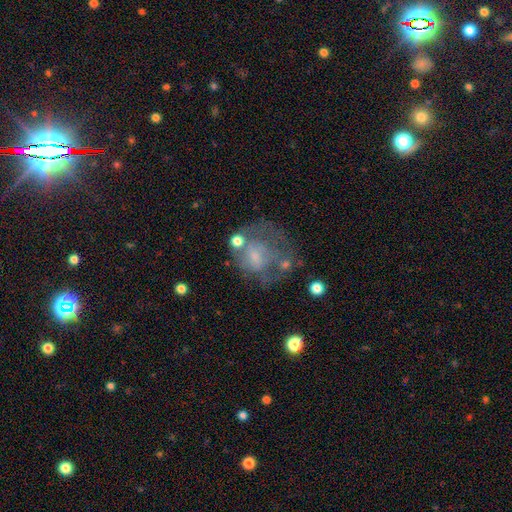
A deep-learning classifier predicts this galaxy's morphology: Smooth or featured? featured or disk (51%)
Edge-on disk? no (97%)
Merging? none (36%)